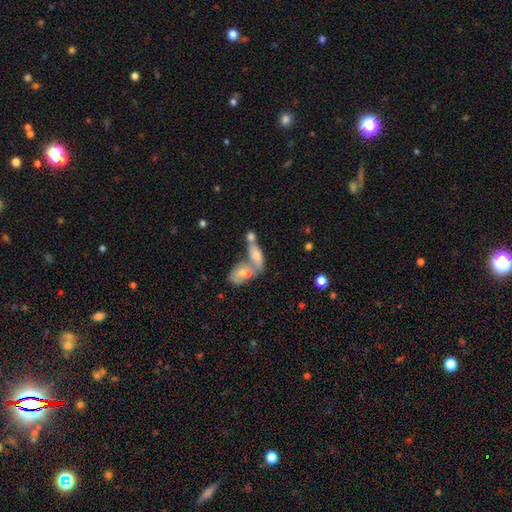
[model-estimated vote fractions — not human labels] Morphology: type=smooth (66%); roundness=in between (75%); merging=merger (68%).